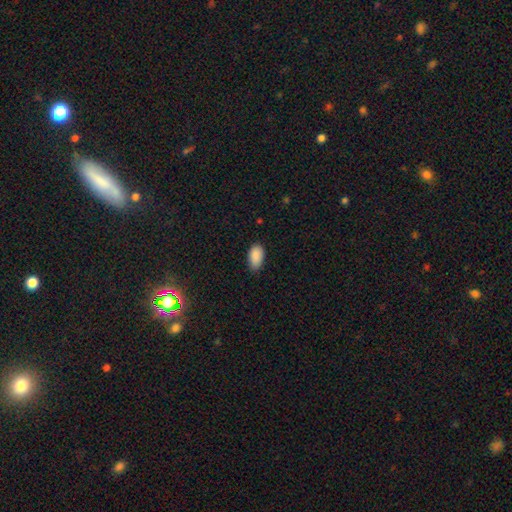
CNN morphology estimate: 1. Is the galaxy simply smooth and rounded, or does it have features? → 89% smooth, 7% star or artifact, 3% featured or disk.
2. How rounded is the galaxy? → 94% in between, 4% round, 2% cigar-shaped.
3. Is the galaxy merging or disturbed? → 77% none, 19% minor disturbance, 3% major disturbance, 1% merger.